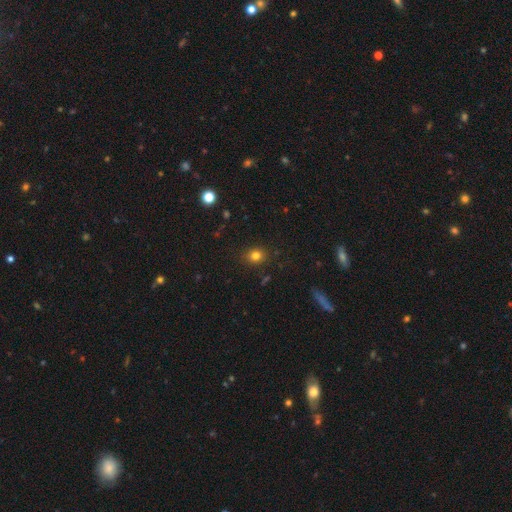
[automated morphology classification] smooth-or-featured: smooth: 80% | star or artifact: 14% | featured or disk: 6%
  how-rounded: round: 69% | in between: 30% | cigar-shaped: 1%
  merging: none: 88% | minor disturbance: 8% | major disturbance: 2% | merger: 1%